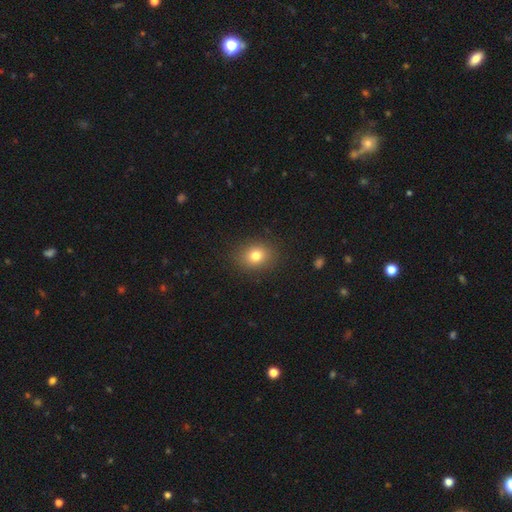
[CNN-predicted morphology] smooth_or_featured: smooth (p=0.79) [alt: star or artifact p=0.12]
how_rounded: round (p=0.57) [alt: in between p=0.42]
merging: none (p=0.88) [alt: minor disturbance p=0.08]